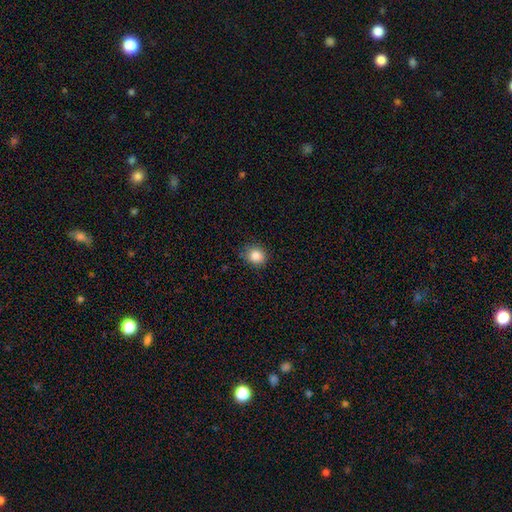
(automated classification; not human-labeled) Smooth or featured: smooth — 85% (star or artifact — 10%)
How rounded: round — 73% (in between — 26%)
Merging: none — 81% (minor disturbance — 15%)